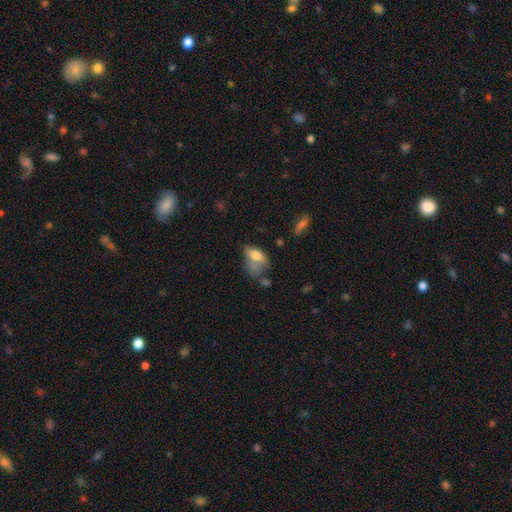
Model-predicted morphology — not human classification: type=smooth (69%); roundness=in between (86%); merging=major disturbance (35%).